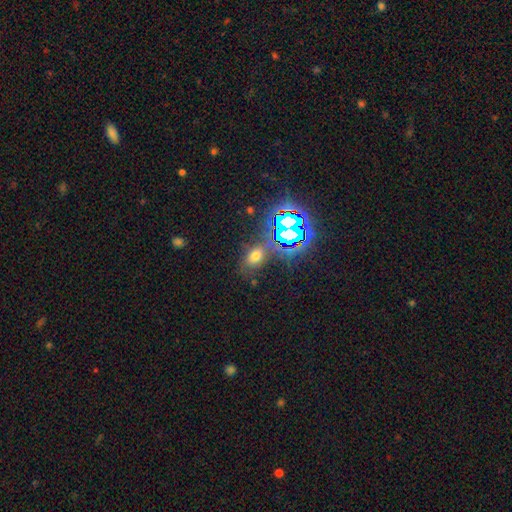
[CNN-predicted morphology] This appears to be a smooth galaxy with no disk features (53%) that is in between round and cigar-shaped (77%). Merging: none (74%).